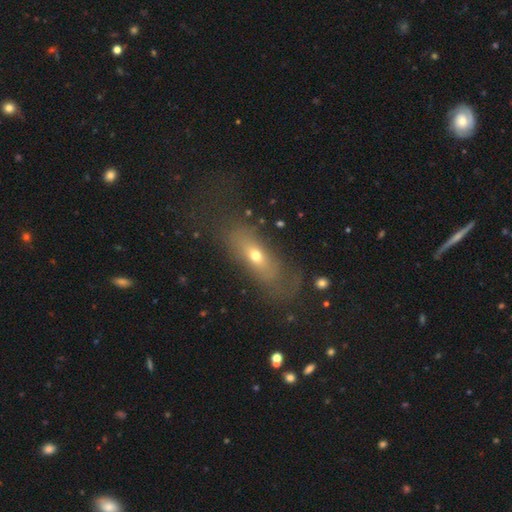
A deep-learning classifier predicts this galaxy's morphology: Smooth or featured?
  - smooth: 56% *
  - featured or disk: 32%
  - star or artifact: 12%
How rounded?
  - in between: 62% *
  - cigar-shaped: 30%
  - round: 9%
Merging?
  - none: 58% *
  - major disturbance: 21%
  - minor disturbance: 18%
  - merger: 3%